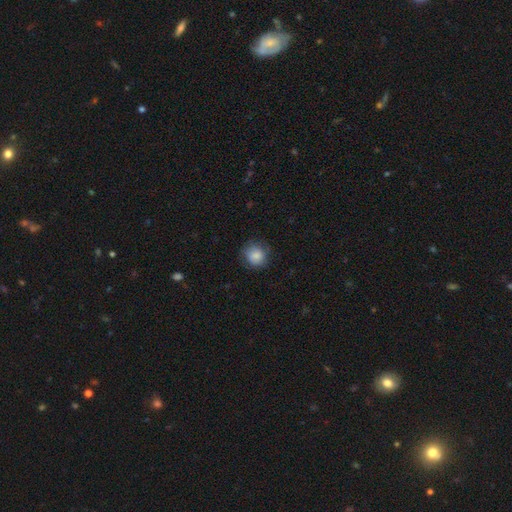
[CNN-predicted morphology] This is clearly a smooth galaxy (83%). How rounded: clearly round (86%). Merging: likely none (77%).